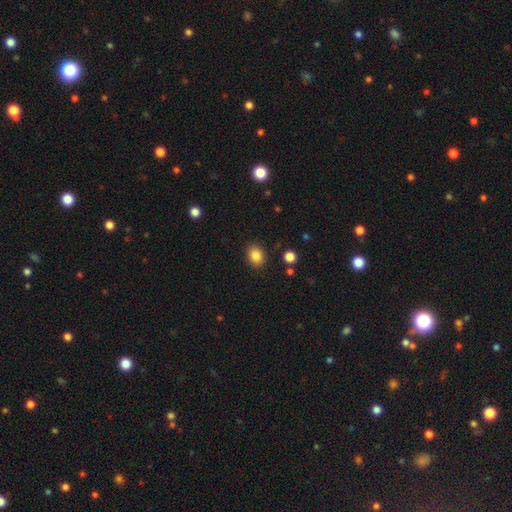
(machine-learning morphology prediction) type=smooth (85%); roundness=in between (54%); merging=none (88%).